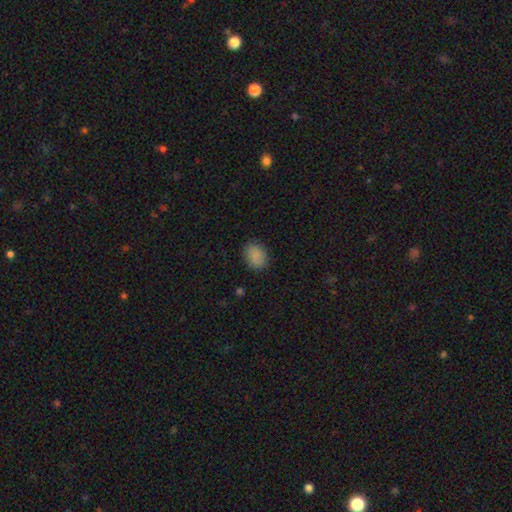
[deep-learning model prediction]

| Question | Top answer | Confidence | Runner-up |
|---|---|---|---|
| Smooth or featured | smooth | 87% | star or artifact (9%) |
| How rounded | in between | 64% | round (35%) |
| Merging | none | 85% | minor disturbance (12%) |